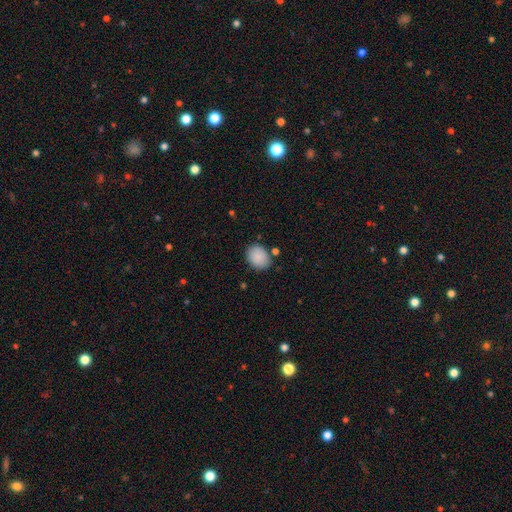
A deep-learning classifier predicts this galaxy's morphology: The model was most divided on "how rounded": in between: 52%, round: 47%, cigar-shaped: 1%. More confident: smooth or featured — smooth (89%); merging — none (81%).